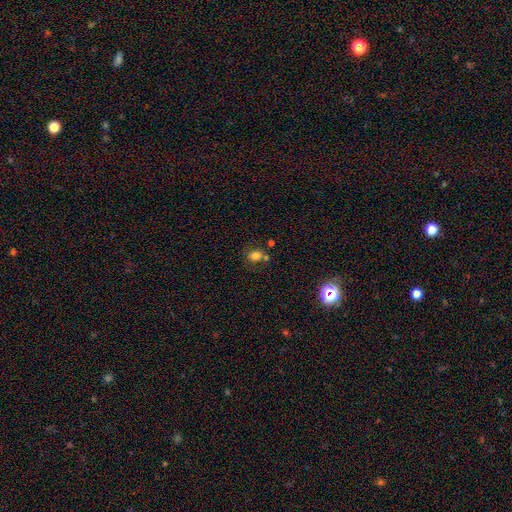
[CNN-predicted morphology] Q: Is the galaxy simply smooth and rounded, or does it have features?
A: smooth — 76%.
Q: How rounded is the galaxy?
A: in between — 53%.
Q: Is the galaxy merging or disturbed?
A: none — 60%.